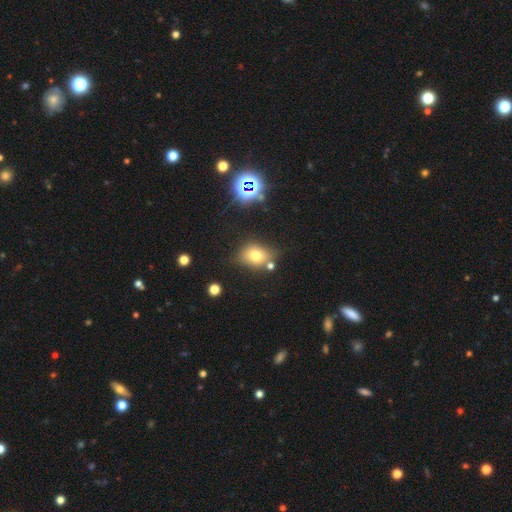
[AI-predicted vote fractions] Smooth or featured? Predicted: smooth (p=0.70). How rounded? Predicted: in between (p=0.57). Merging? Predicted: none (p=0.67).